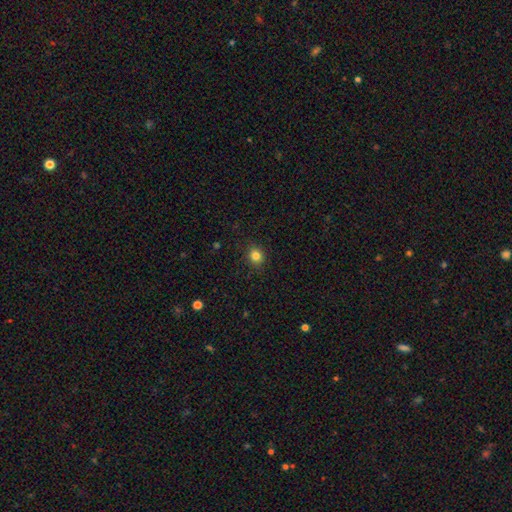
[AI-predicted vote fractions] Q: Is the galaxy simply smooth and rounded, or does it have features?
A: smooth — 83%.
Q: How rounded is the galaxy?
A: round — 85%.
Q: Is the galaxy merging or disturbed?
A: none — 89%.